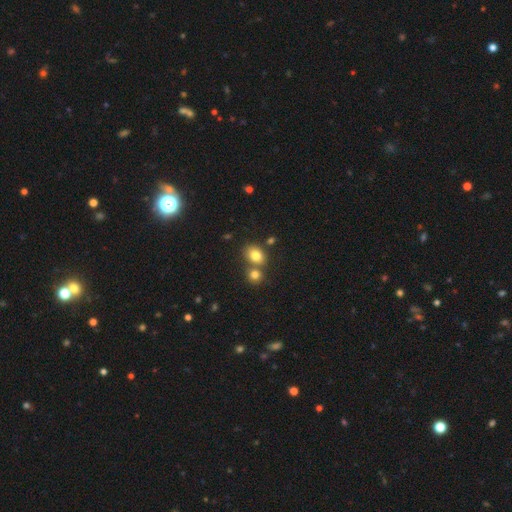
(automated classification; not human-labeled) smooth 80%, star or artifact 11%, featured or disk 9%. Down the decision tree: how rounded — in between (53%); merging — none (55%).